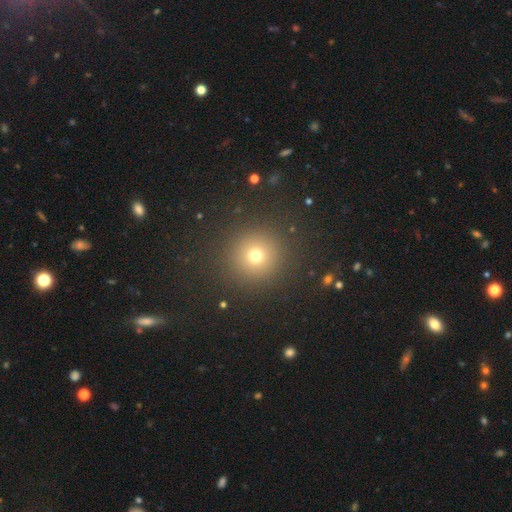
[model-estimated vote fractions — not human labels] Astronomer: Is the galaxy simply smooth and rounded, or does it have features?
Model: smooth — 72%.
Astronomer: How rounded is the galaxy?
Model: round — 95%.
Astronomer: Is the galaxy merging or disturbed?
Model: none — 90%.